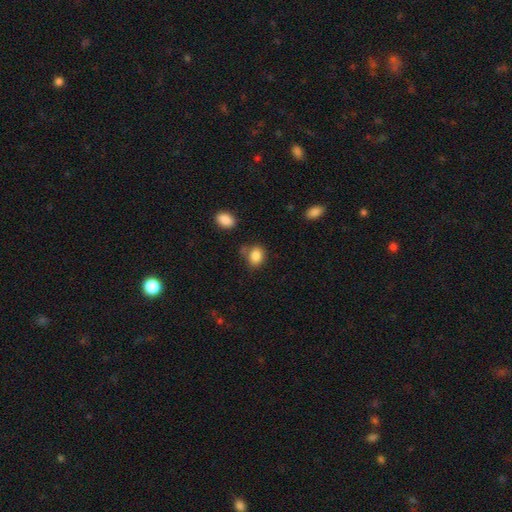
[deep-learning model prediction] smooth 86%, star or artifact 9%, featured or disk 5%. Down the decision tree: how rounded — in between (53%); merging — none (64%).